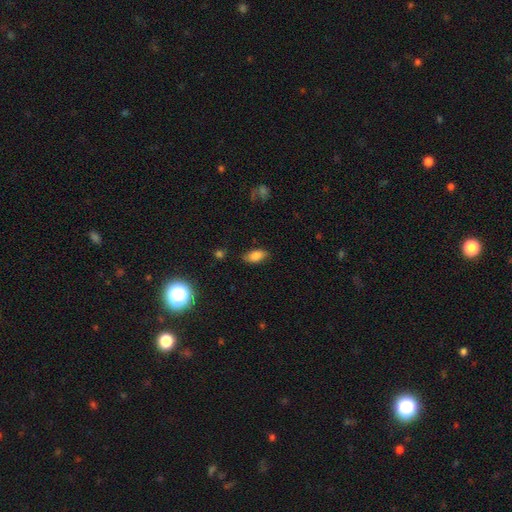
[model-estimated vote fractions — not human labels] The model was most divided on "merging": none: 78%, minor disturbance: 17%, major disturbance: 4%, merger: 2%. More confident: how rounded — in between (90%); smooth or featured — smooth (81%).